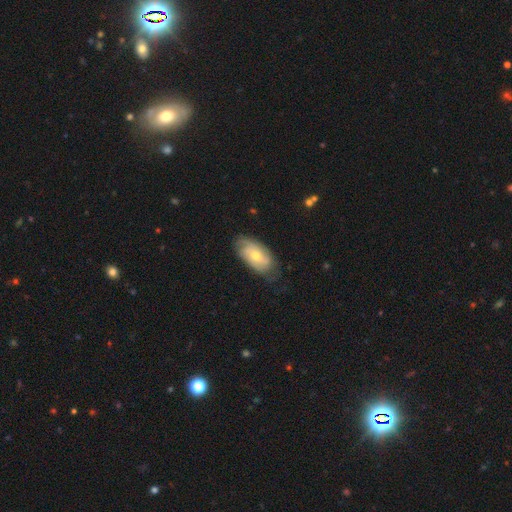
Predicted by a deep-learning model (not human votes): A featured or disk galaxy (56%) with no bar (72%), spiral arms (77%) and a moderate central bulge (57%).

Vote fractions:
- Smooth or featured? featured or disk: 56% / smooth: 38% / star or artifact: 6%
- Edge-on disk? no: 91% / yes: 9%
- Bar? no: 72% / weak: 23% / strong: 5%
- Spiral arms? yes: 77% / no: 23%
- Bulge size? moderate: 57% / small: 39% / large: 2% / none: 1% / dominant: 1%
- Merging? none: 67% / minor disturbance: 25% / major disturbance: 6% / merger: 1%